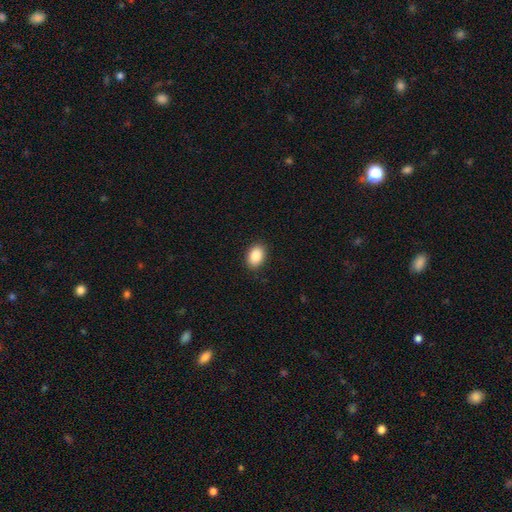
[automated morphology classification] smooth-or-featured: smooth: 87% | star or artifact: 8% | featured or disk: 5%
  how-rounded: in between: 79% | round: 20% | cigar-shaped: 1%
  merging: none: 89% | minor disturbance: 8% | major disturbance: 2% | merger: 1%